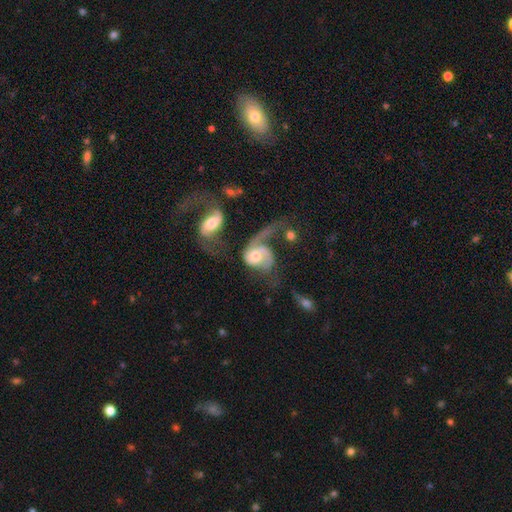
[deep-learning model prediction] The model was most divided on "spiral arm count": 2: 46%, 1: 42%, can't tell: 8%, 3: 2%, 4: 1%, more than 4: 1%. Remaining: edge-on disk — no (97%); spiral arms — yes (85%); smooth or featured — featured or disk (71%); bar — no (71%); bulge size — moderate (65%); spiral winding — loose (53%); merging — merger (44%).